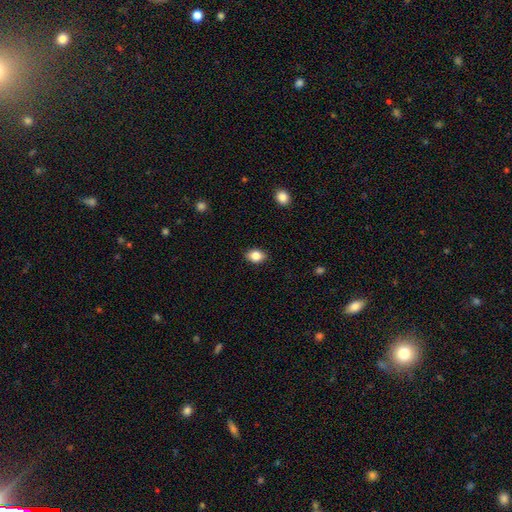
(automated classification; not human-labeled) Smooth or featured? Predicted: smooth (p=0.85). How rounded? Predicted: in between (p=0.72). Merging? Predicted: none (p=0.87).